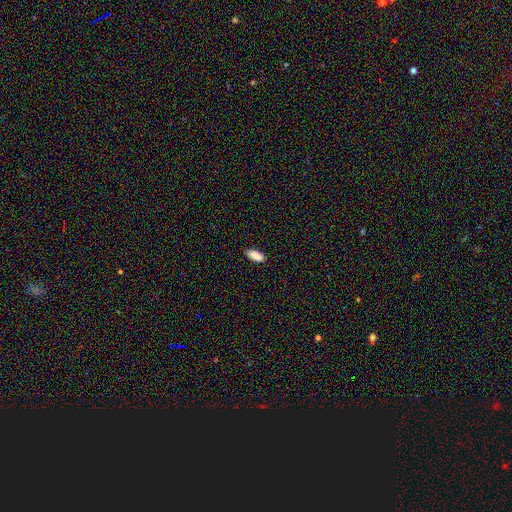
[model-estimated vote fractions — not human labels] smooth 90%, star or artifact 7%, featured or disk 3%. Down the decision tree: how rounded — in between (82%); merging — none (88%).